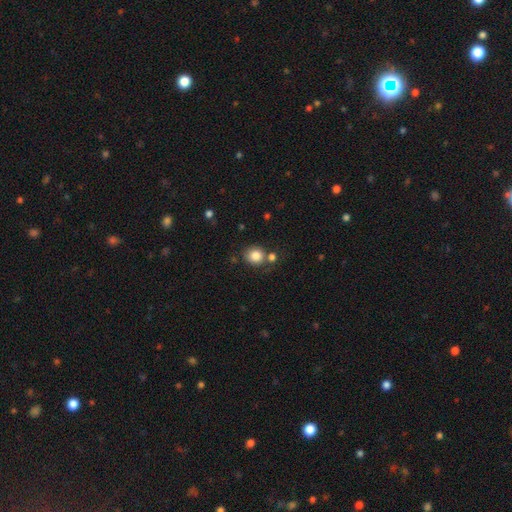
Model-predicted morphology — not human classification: This is clearly a smooth galaxy (83%). How rounded: clearly round (80%). Merging: likely none (69%).